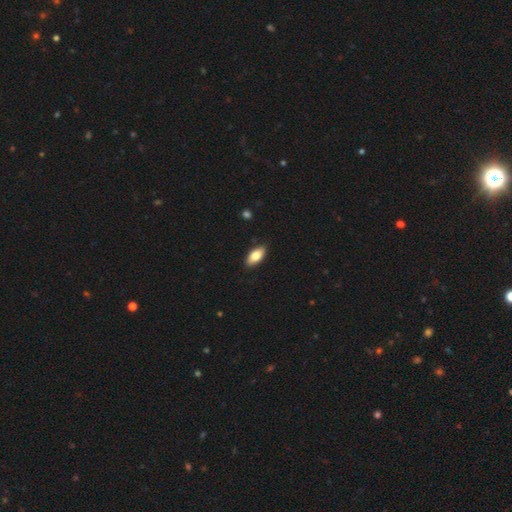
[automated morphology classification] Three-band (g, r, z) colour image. It shows a smooth galaxy with no disk features (81%) that is in between round and cigar-shaped (89%). Merging: none (88%).